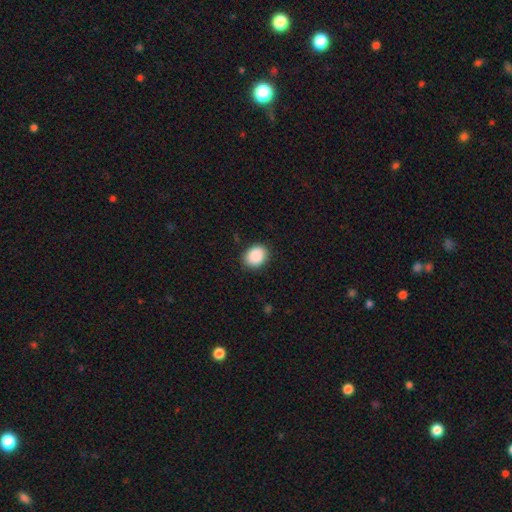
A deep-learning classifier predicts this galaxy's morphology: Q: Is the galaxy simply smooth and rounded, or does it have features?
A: smooth — 90%.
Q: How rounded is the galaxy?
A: in between — 53%.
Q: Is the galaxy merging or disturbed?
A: none — 88%.